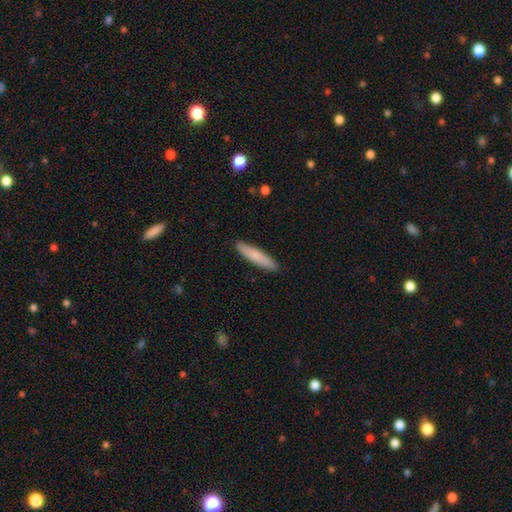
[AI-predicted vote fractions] Overall: smooth (79%). How rounded: cigar-shaped (87%). Merging: none (90%).